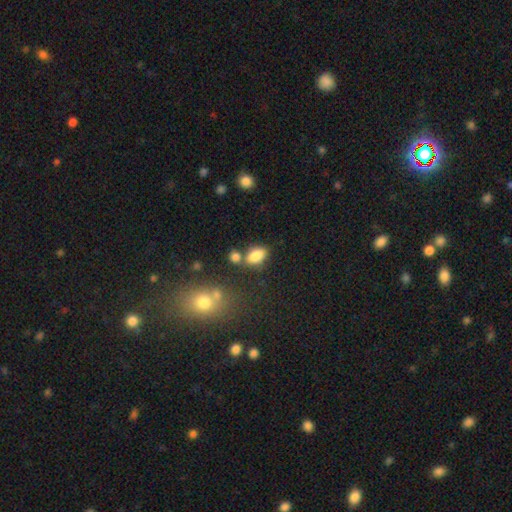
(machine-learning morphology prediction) Smooth or featured? smooth (82%)
How rounded? in between (88%)
Merging? none (61%)